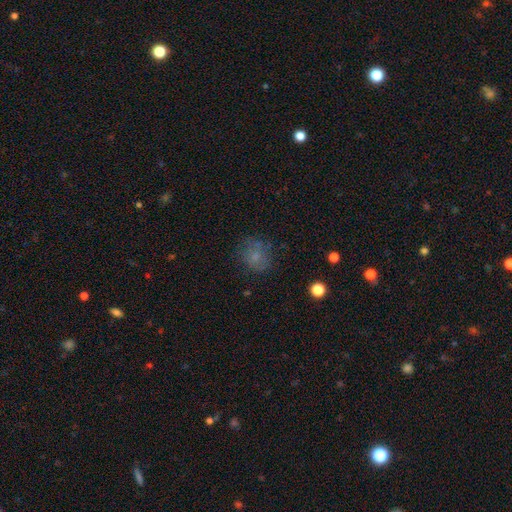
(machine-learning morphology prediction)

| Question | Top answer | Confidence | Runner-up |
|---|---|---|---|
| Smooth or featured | smooth | 71% | featured or disk (16%) |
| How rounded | round | 72% | in between (27%) |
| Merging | none | 68% | minor disturbance (19%) |